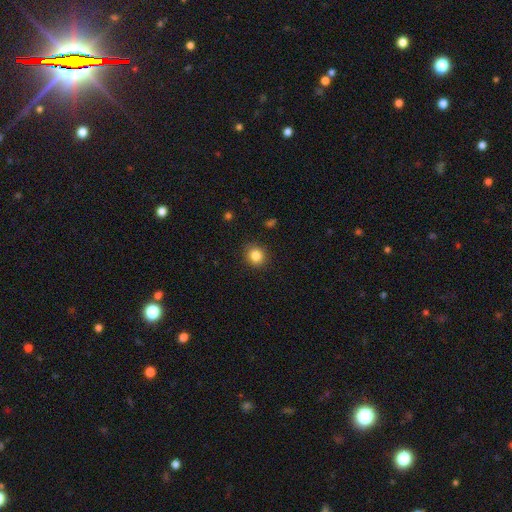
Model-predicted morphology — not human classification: type=smooth (85%); roundness=round (79%); merging=none (88%).